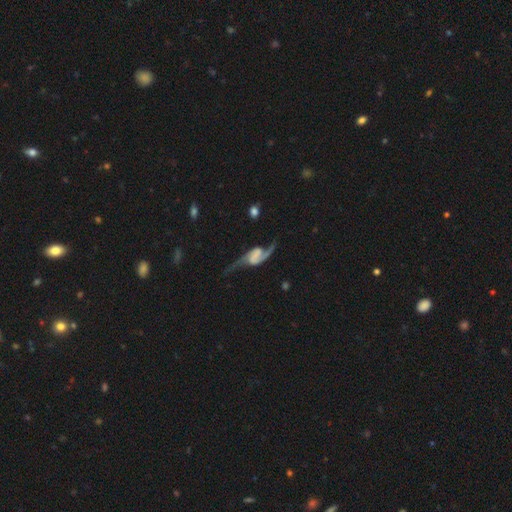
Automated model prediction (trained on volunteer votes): Smooth or featured? Predicted: featured or disk (p=0.87). Edge-on disk? Predicted: no (p=0.95). Bar? Predicted: no (p=0.38). Spiral arms? Predicted: yes (p=0.95). Spiral winding? Predicted: loose (p=0.78). Spiral arm count? Predicted: 2 (p=0.91). Bulge size? Predicted: none (p=0.63). Merging? Predicted: none (p=0.55).